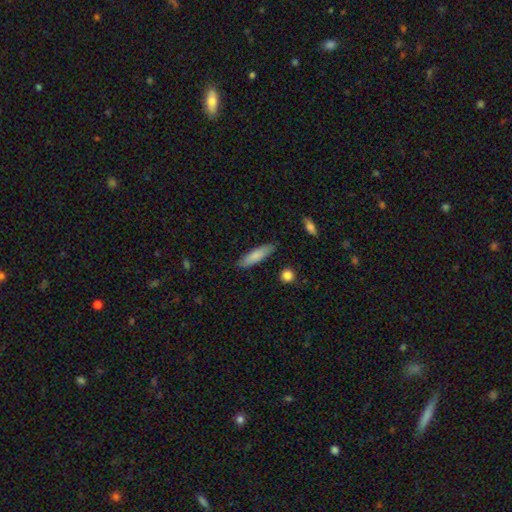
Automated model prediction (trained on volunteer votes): Smooth or featured? Predicted: smooth (p=0.82). How rounded? Predicted: cigar-shaped (p=0.66). Merging? Predicted: none (p=0.86).